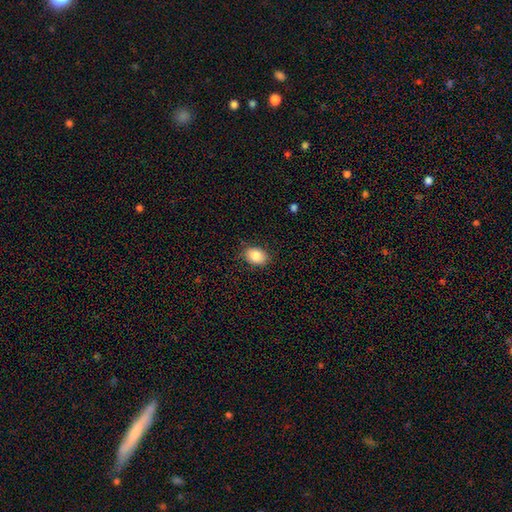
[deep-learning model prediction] smooth-or-featured: smooth: 85% | star or artifact: 8% | featured or disk: 7%
  how-rounded: in between: 70% | round: 29% | cigar-shaped: 1%
  merging: none: 84% | minor disturbance: 12% | major disturbance: 3% | merger: 1%